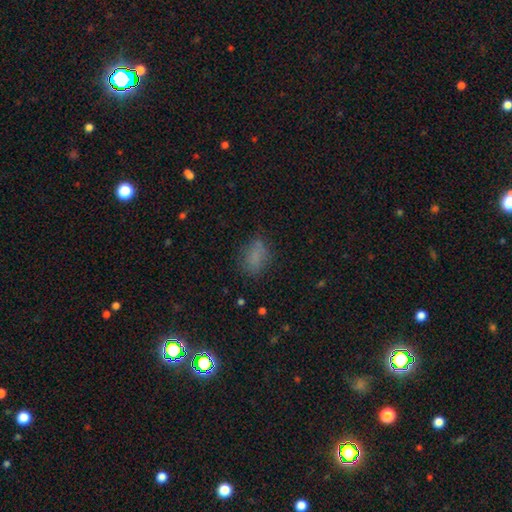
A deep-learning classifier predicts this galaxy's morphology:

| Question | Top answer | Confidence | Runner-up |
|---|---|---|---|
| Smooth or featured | smooth | 75% | star or artifact (16%) |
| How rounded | in between | 80% | round (17%) |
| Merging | none | 69% | minor disturbance (20%) |